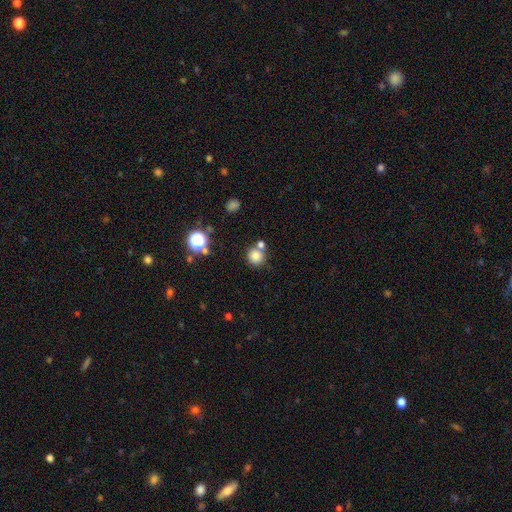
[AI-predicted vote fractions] This appears to be a smooth galaxy with no disk features (80%) that is round (91%). Merging: none (65%).